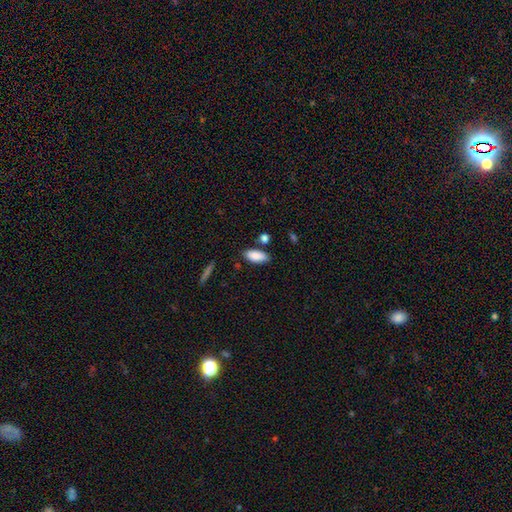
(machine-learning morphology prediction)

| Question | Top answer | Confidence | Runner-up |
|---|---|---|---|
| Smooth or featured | smooth | 87% | featured or disk (7%) |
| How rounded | in between | 86% | cigar-shaped (12%) |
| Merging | none | 78% | minor disturbance (12%) |